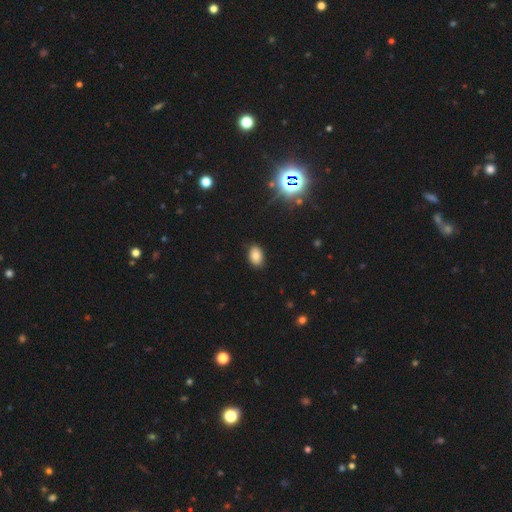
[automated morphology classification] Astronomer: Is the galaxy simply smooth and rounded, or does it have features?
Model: smooth — 79%.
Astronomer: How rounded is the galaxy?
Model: in between — 86%.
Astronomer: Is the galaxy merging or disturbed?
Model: none — 87%.